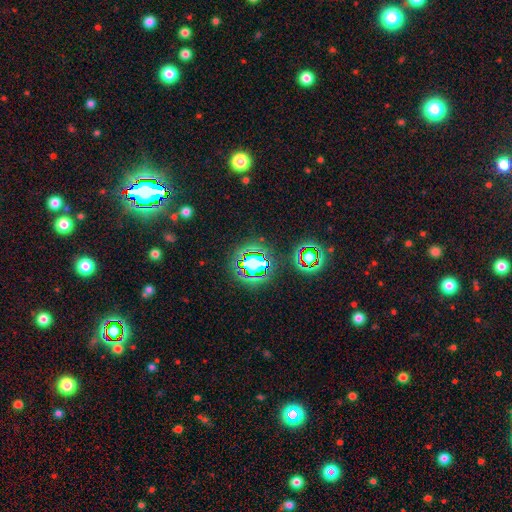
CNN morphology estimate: The model was most divided on "smooth or featured": star or artifact: 79%, smooth: 12%, featured or disk: 8%.